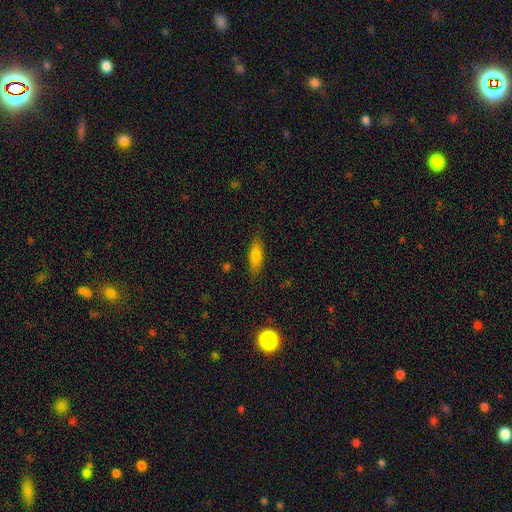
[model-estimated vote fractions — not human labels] The model was most divided on "how rounded": in between: 56%, cigar-shaped: 42%, round: 2%. More confident: merging — none (84%); smooth or featured — smooth (72%).